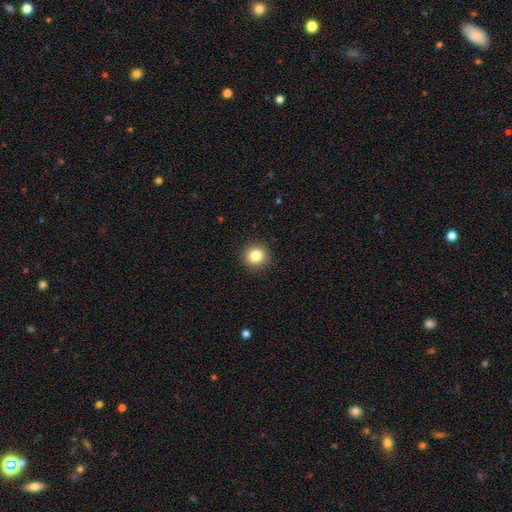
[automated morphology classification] Smooth or featured? smooth (84%)
How rounded? round (90%)
Merging? none (91%)